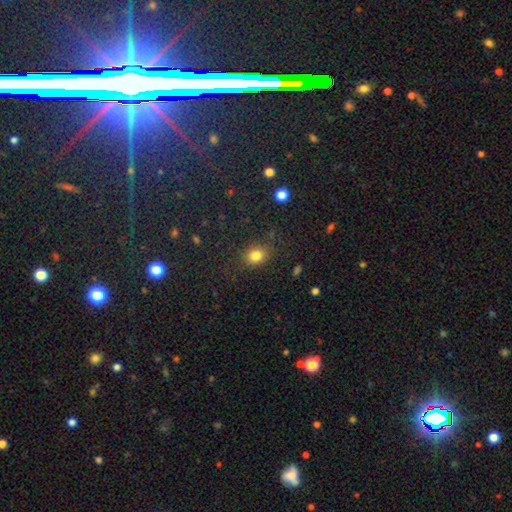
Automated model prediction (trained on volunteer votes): A smooth galaxy with no disk features (80%) that is round (61%).

Vote fractions:
- Smooth or featured? smooth: 80% / star or artifact: 14% / featured or disk: 6%
- How rounded? round: 61% / in between: 38% / cigar-shaped: 1%
- Merging? none: 80% / minor disturbance: 13% / major disturbance: 5% / merger: 2%